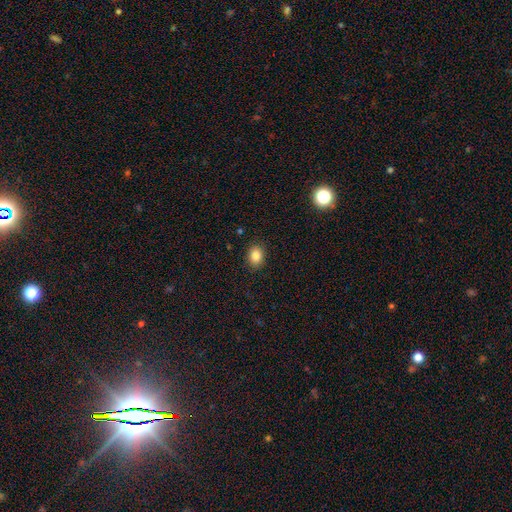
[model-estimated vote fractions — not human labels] A smooth galaxy with no disk features (85%) that is in between round and cigar-shaped (60%). Merging: none (89%).